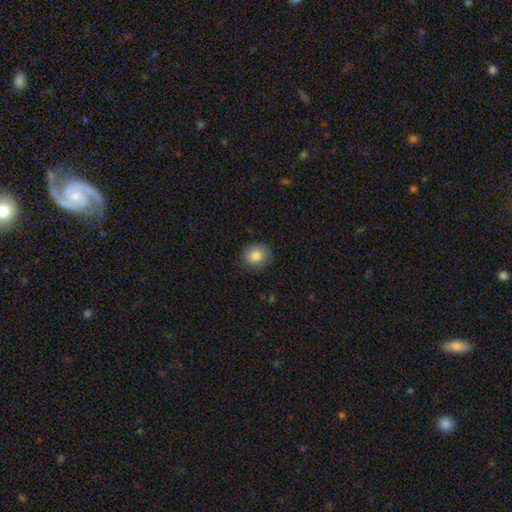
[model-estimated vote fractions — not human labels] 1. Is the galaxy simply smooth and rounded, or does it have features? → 83% smooth, 9% star or artifact, 8% featured or disk.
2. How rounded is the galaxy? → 74% round, 26% in between, 1% cigar-shaped.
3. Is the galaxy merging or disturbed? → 86% none, 10% minor disturbance, 2% major disturbance, 1% merger.